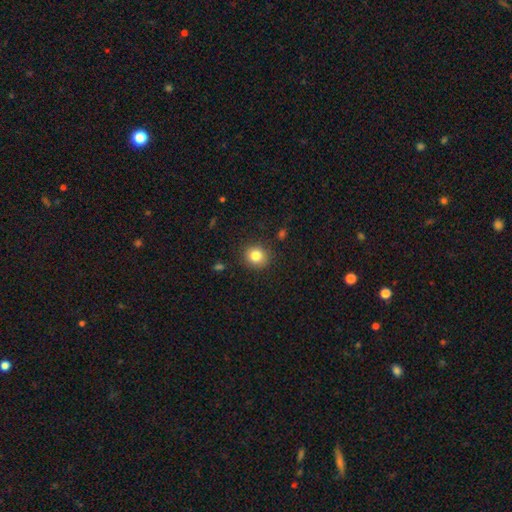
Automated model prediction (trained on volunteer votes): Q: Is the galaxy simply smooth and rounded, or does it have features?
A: smooth — 82%.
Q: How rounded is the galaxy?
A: round — 84%.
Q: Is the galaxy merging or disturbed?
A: none — 89%.